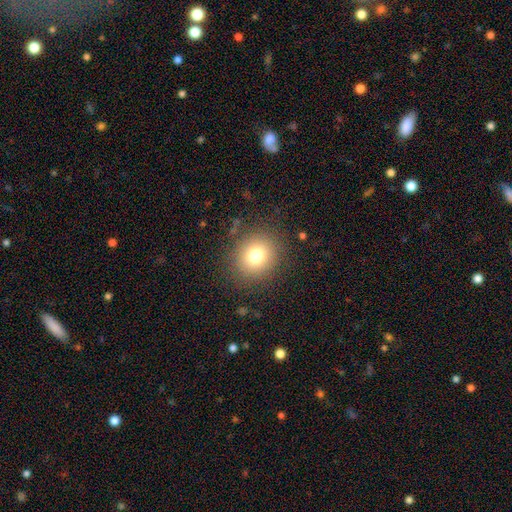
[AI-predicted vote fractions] Morphology: type=smooth (77%); roundness=round (82%); merging=none (86%).